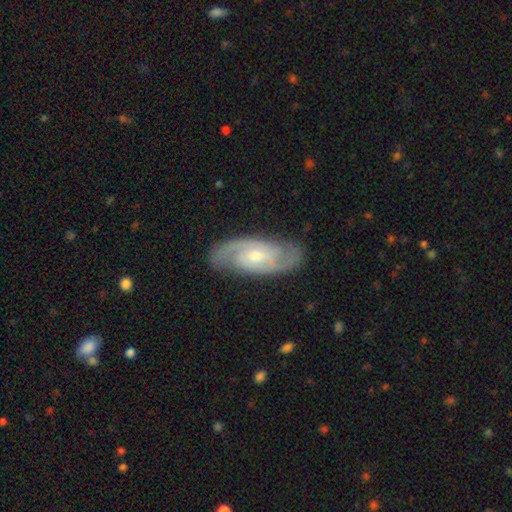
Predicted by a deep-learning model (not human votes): A featured or disk galaxy (85%) with no bar (45%, tied with weak), 2 (86%) medium (47%) spiral arms (96%) and a moderate central bulge (48%). Merging: none (83%).